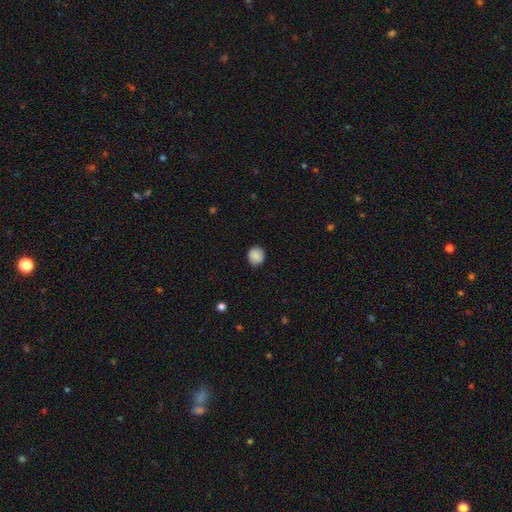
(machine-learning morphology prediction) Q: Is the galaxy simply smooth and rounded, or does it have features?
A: smooth — 88%.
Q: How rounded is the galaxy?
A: round — 83%.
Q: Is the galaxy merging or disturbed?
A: none — 89%.